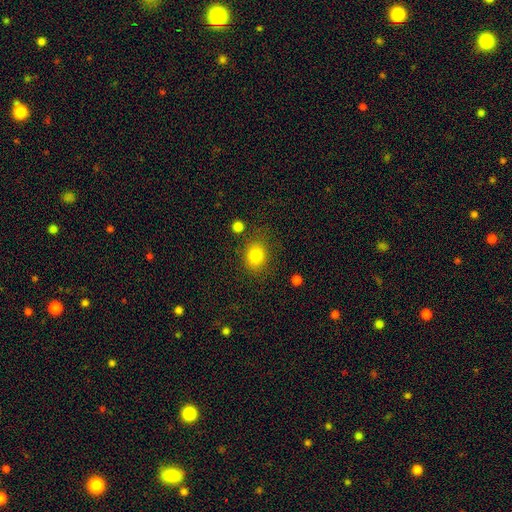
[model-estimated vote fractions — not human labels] smooth_or_featured: smooth (p=0.82) [alt: star or artifact p=0.11]
how_rounded: round (p=0.68) [alt: in between p=0.31]
merging: none (p=0.79) [alt: minor disturbance p=0.13]